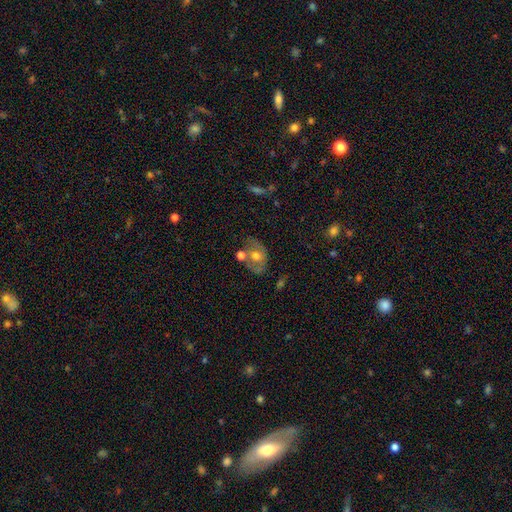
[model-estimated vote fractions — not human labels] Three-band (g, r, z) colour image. It shows a featured or disk galaxy (47%). Merging: none (46%).